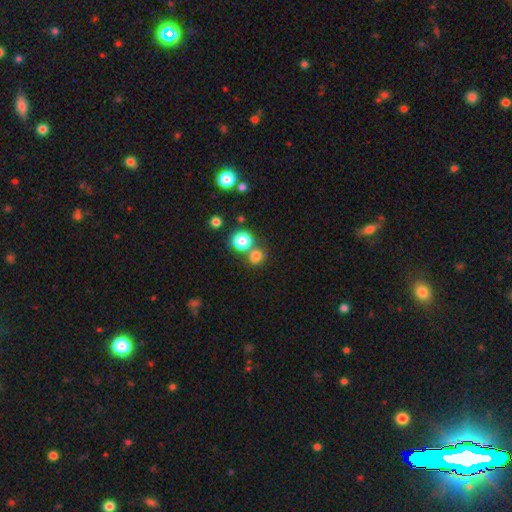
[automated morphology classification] type=smooth (76%); roundness=round (80%); merging=none (56%).